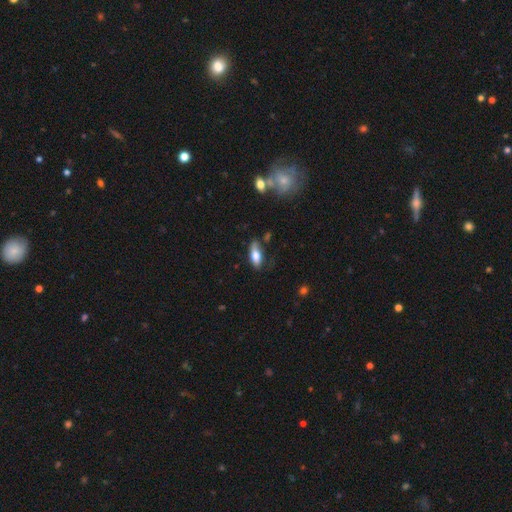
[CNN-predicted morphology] Smooth or featured?
  - smooth: 72% *
  - featured or disk: 22%
  - star or artifact: 7%
How rounded?
  - in between: 76% *
  - cigar-shaped: 22%
  - round: 3%
Merging?
  - none: 63% *
  - minor disturbance: 26%
  - major disturbance: 6%
  - merger: 4%